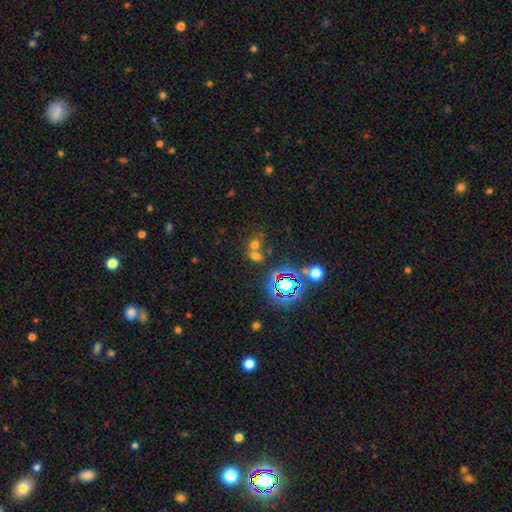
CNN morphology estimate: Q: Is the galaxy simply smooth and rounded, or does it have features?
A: smooth — 52%.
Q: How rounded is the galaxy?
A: round — 55%.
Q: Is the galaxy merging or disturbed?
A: merger — 51%.